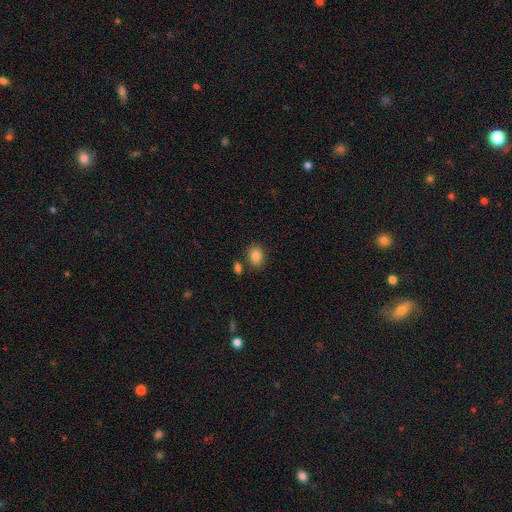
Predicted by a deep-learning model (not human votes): This appears to be a smooth galaxy with no disk features (85%) that is in between round and cigar-shaped (58%). Merging: none (77%).